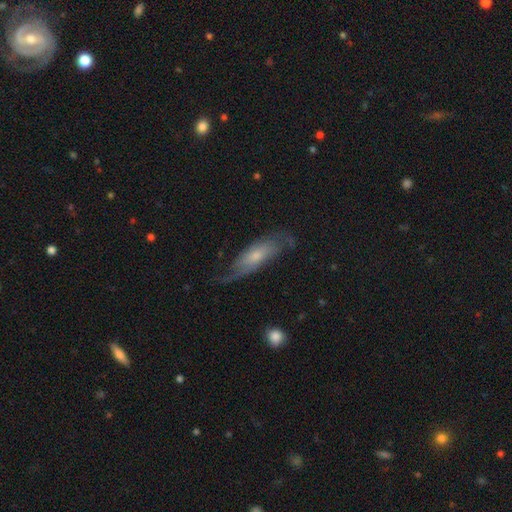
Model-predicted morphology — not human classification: Smooth or featured? featured or disk (65%)
Edge-on disk? no (81%)
Bar? no (65%)
Spiral arms? yes (89%)
Bulge size? small (48%)
Merging? none (58%)